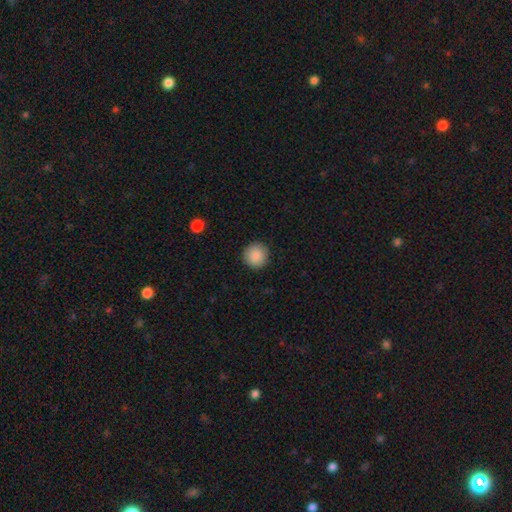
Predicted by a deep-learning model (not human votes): This is clearly a smooth galaxy (88%). How rounded: clearly round (95%). Merging: clearly none (91%).